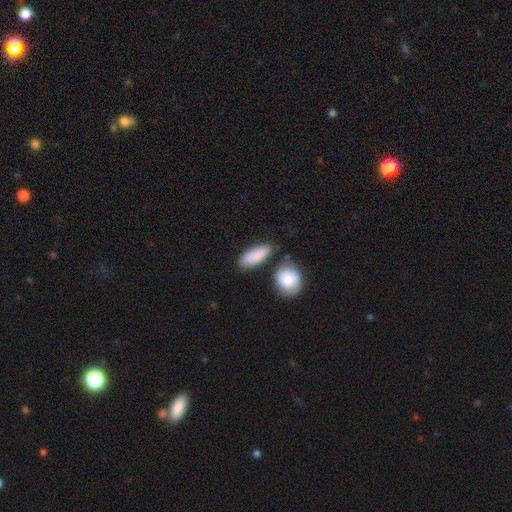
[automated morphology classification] This appears to be a smooth galaxy with no disk features (85%) that is in between round and cigar-shaped (77%). Merging: none (69%).